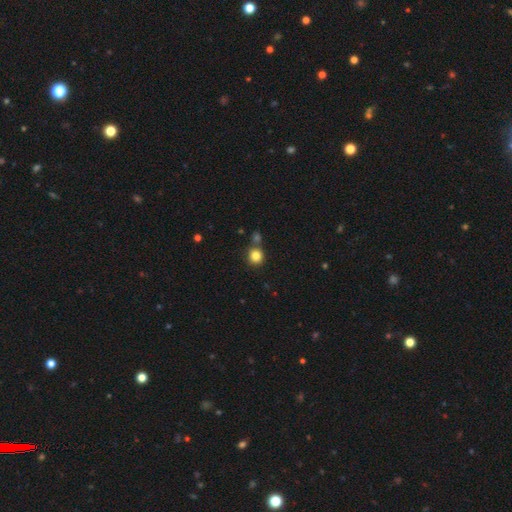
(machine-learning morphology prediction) This is clearly a smooth galaxy (83%). How rounded: clearly round (89%). Merging: likely none (72%).